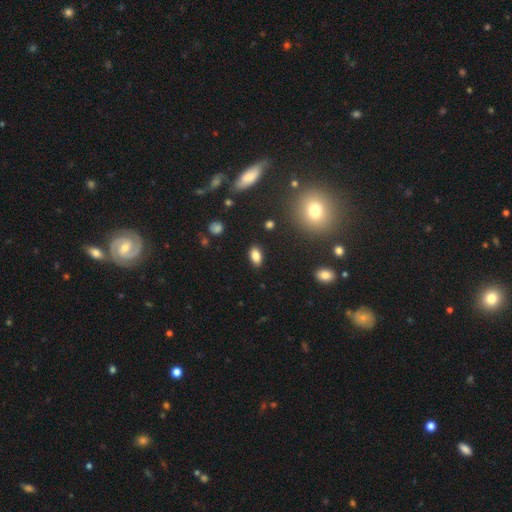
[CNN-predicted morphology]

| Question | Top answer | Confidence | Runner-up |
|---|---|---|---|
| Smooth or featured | smooth | 82% | star or artifact (11%) |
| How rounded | in between | 89% | round (7%) |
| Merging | none | 86% | minor disturbance (10%) |